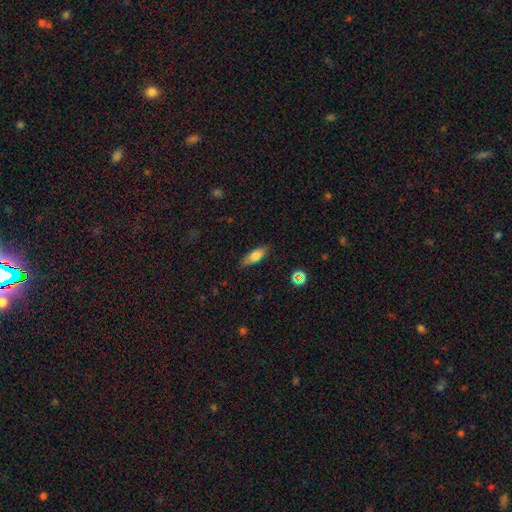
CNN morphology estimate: Smooth or featured?
  - smooth: 74% *
  - featured or disk: 18%
  - star or artifact: 8%
How rounded?
  - in between: 62% *
  - cigar-shaped: 35%
  - round: 3%
Merging?
  - none: 85% *
  - minor disturbance: 12%
  - major disturbance: 2%
  - merger: 1%